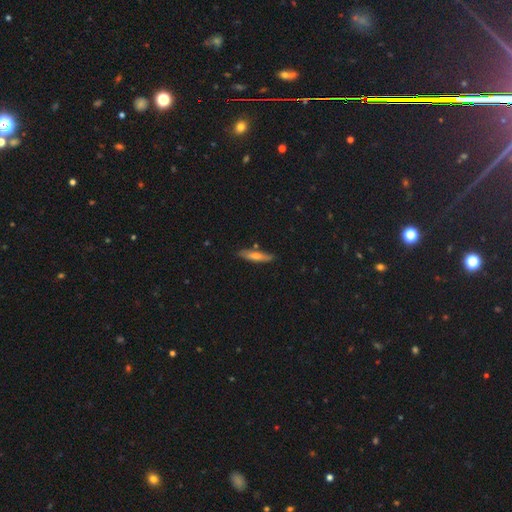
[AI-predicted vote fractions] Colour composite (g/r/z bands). It shows a smooth galaxy with no disk features (58%) that is cigar-shaped (82%). Merging: none (82%).